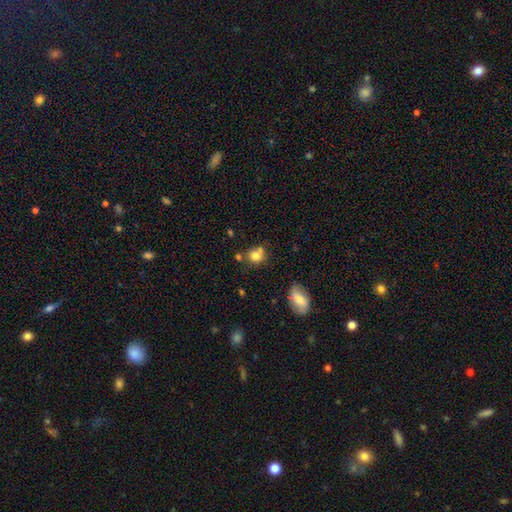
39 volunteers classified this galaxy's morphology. Volunteers were most divided on "merging": none: 49%, merger: 29%, minor disturbance: 17%, major disturbance: 6%. More confident: smooth or featured — smooth (74%); how rounded — round (66%).